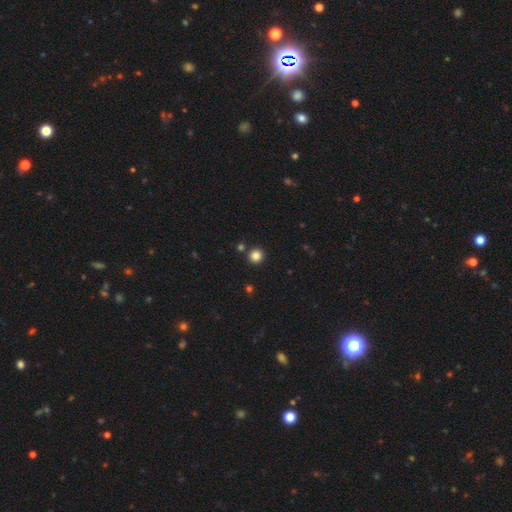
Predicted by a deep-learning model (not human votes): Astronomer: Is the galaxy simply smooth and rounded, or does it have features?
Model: smooth — 84%.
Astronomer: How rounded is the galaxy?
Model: round — 93%.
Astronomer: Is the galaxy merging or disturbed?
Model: none — 88%.